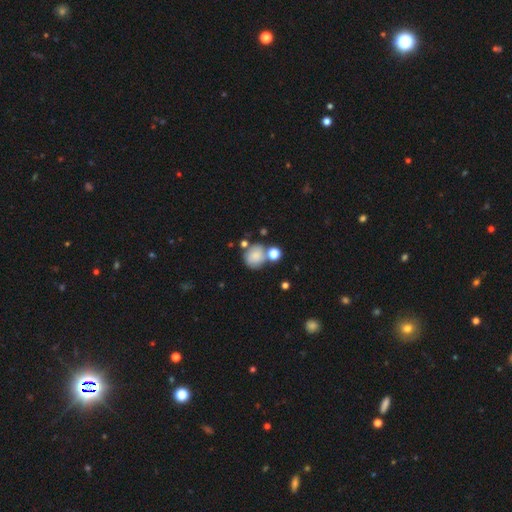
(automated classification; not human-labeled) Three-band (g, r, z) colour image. It shows a smooth galaxy with no disk features (79%) that is round (75%). Merging: none (52%).